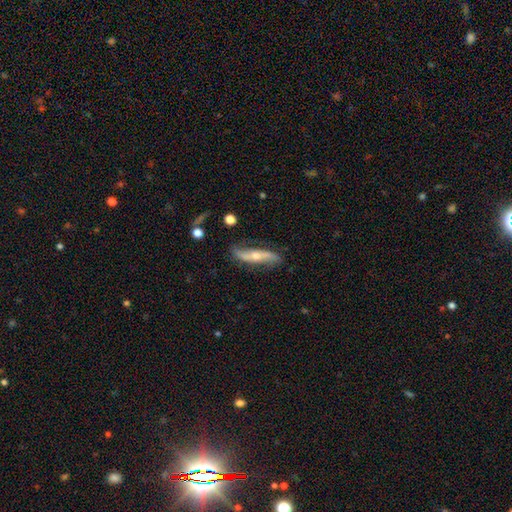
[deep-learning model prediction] Smooth or featured: featured or disk — 69% (smooth — 25%)
Edge-on disk: no — 54% (yes — 46%)
Merging: none — 74% (minor disturbance — 19%)